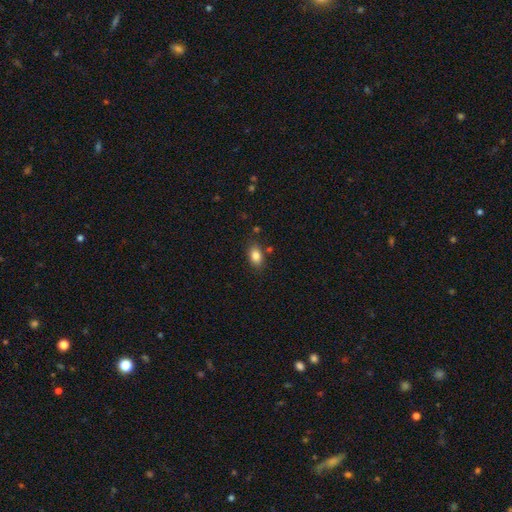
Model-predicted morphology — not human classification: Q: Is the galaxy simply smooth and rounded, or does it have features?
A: smooth — 84%.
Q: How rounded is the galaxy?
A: in between — 86%.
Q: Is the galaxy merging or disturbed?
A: none — 81%.